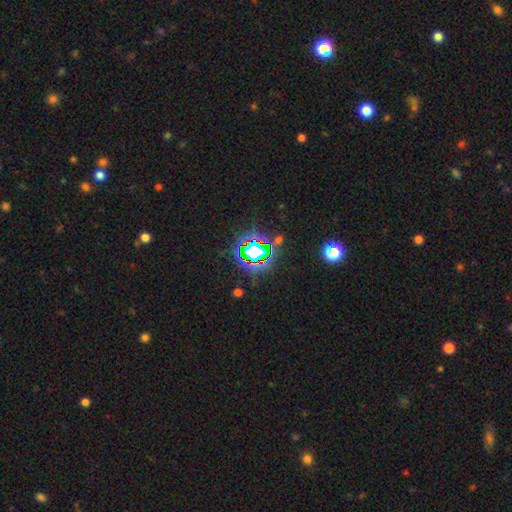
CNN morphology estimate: Smooth or featured: star or artifact — 73% (smooth — 15%)